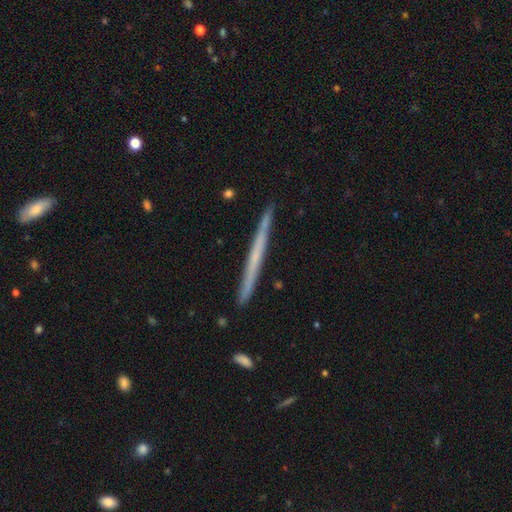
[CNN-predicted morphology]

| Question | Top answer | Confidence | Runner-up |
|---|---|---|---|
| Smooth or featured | featured or disk | 55% | smooth (39%) |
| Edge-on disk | yes | 98% | no (2%) |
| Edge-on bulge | none | 87% | rounded (10%) |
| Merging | none | 91% | minor disturbance (7%) |